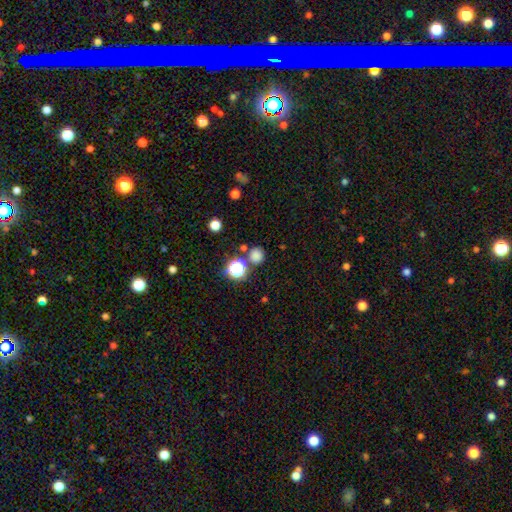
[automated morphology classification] A smooth galaxy with no disk features (76%) that is round (90%).

Vote fractions:
- Smooth or featured? smooth: 76% / star or artifact: 19% / featured or disk: 5%
- How rounded? round: 90% / in between: 9% / cigar-shaped: 1%
- Merging? none: 75% / merger: 13% / minor disturbance: 8% / major disturbance: 3%